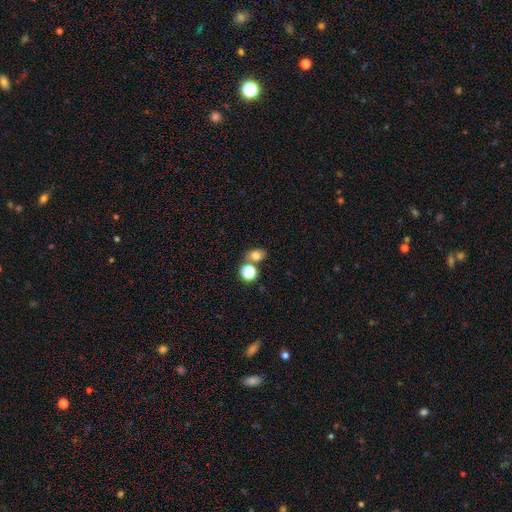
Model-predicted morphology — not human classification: A smooth galaxy with no disk features (74%) that is in between round and cigar-shaped (55%). Merging: none (65%).